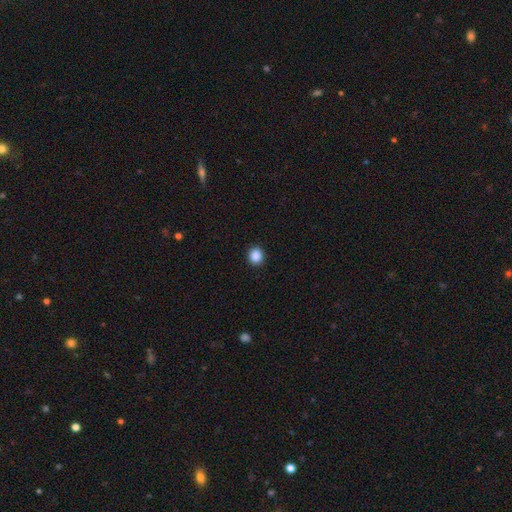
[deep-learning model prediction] Morphology: type=smooth (88%); roundness=round (82%); merging=none (92%).